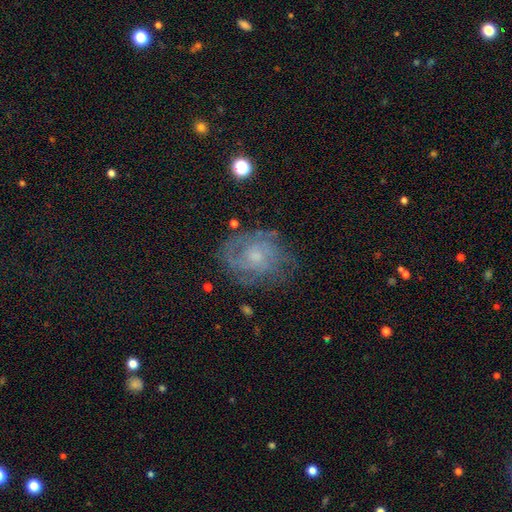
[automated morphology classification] A featured or disk galaxy (75%) with no bar (69%), tight (56%) spiral arms (90%) and a small central bulge (59%). Merging: none (72%).